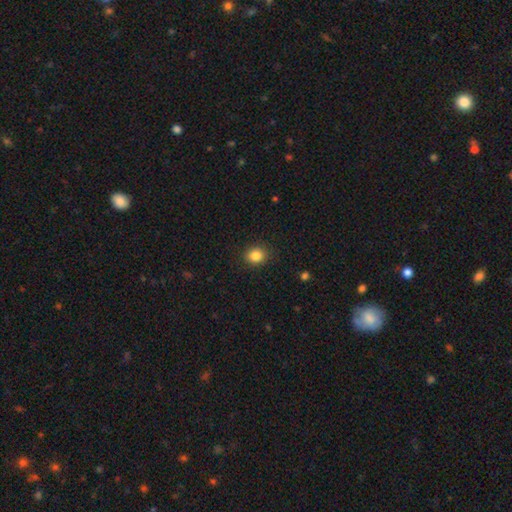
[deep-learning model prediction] Q: Smooth or featured?
A: smooth (84%); runner-up: star or artifact (11%)
Q: How rounded?
A: round (76%); runner-up: in between (23%)
Q: Merging?
A: none (89%); runner-up: minor disturbance (8%)